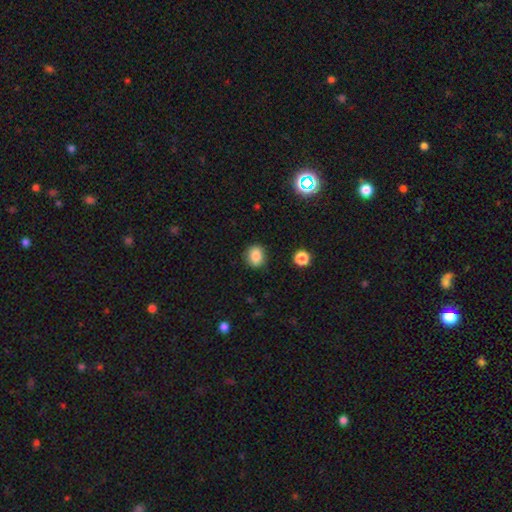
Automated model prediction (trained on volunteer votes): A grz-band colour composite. It shows a smooth galaxy with no disk features (84%) that is round (67%). Merging: none (86%).